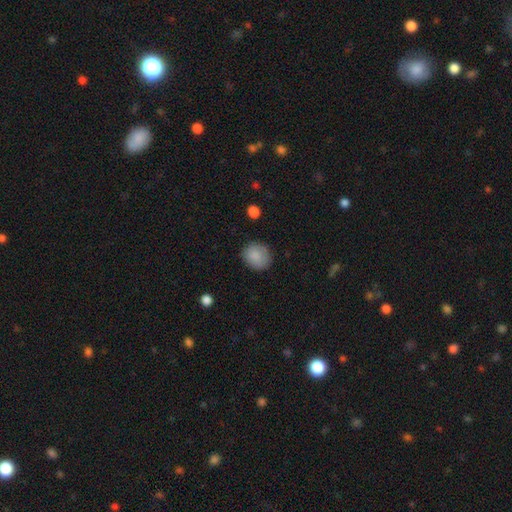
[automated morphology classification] Smooth or featured?
  - smooth: 87% *
  - star or artifact: 8%
  - featured or disk: 6%
How rounded?
  - round: 75% *
  - in between: 24%
  - cigar-shaped: 1%
Merging?
  - none: 81% *
  - minor disturbance: 14%
  - major disturbance: 4%
  - merger: 1%